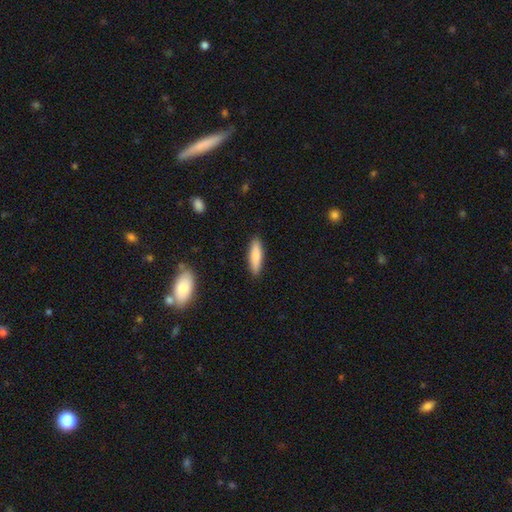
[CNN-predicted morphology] Smooth or featured: smooth — 82% (featured or disk — 13%)
How rounded: cigar-shaped — 62% (in between — 37%)
Merging: none — 89% (minor disturbance — 8%)